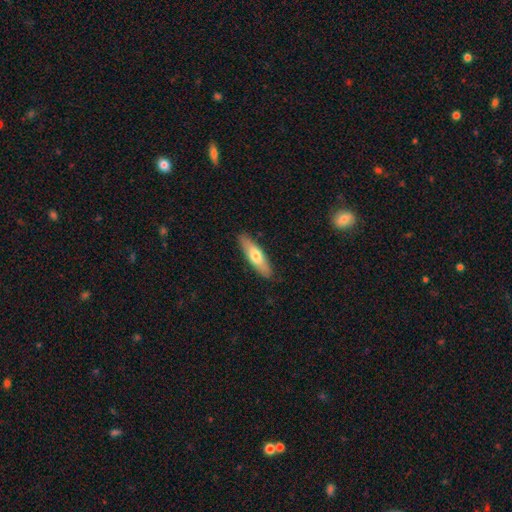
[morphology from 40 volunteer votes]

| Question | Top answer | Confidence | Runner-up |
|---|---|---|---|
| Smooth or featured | smooth | 55% | featured or disk (38%) |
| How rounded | cigar-shaped | 73% | in between (23%) |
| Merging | none | 78% | minor disturbance (16%) |